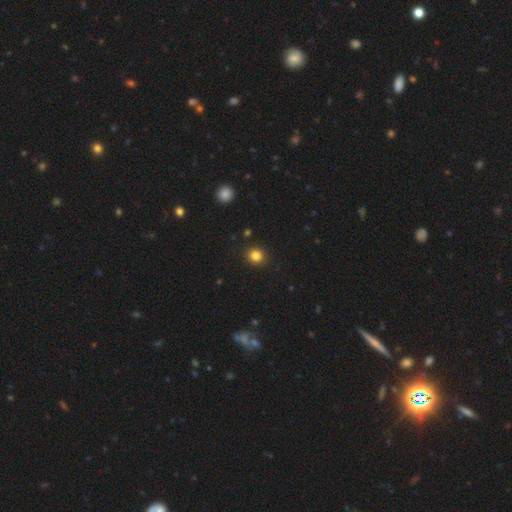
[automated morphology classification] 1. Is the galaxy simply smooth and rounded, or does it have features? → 83% smooth, 12% star or artifact, 4% featured or disk.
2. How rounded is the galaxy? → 86% round, 13% in between, 1% cigar-shaped.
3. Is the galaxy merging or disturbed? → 91% none, 6% minor disturbance, 2% major disturbance, 1% merger.